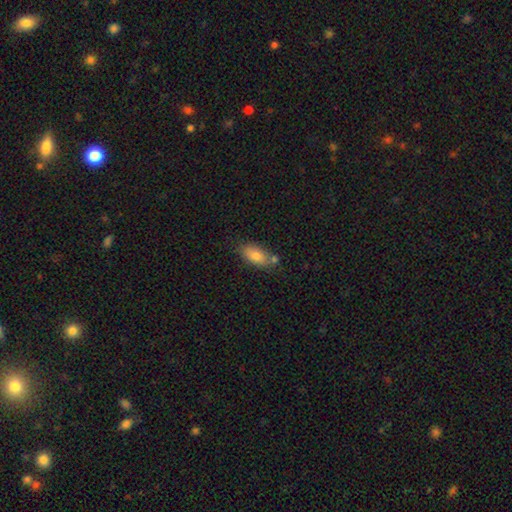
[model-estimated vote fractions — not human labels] This is clearly a smooth galaxy (81%). How rounded: clearly in between (87%). Merging: likely none (63%).